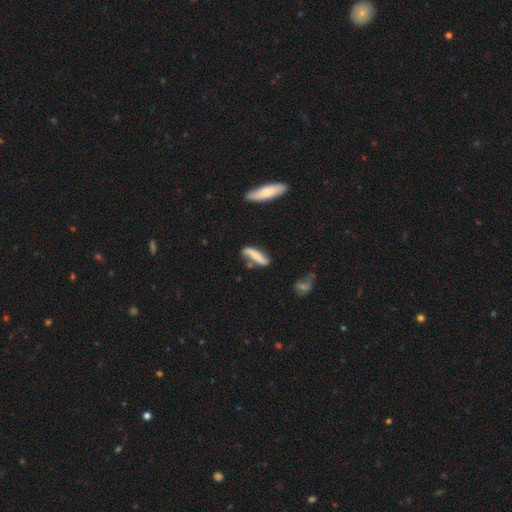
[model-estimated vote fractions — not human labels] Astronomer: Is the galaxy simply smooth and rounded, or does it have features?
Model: smooth — 62%.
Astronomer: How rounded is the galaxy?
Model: cigar-shaped — 67%.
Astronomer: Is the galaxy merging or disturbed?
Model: none — 57%.